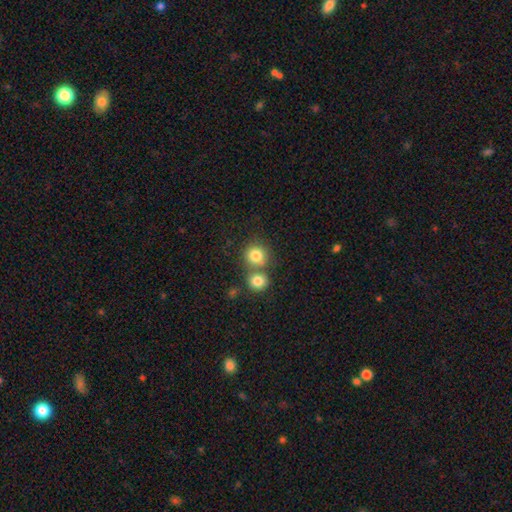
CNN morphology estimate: The model was most divided on "merging": none: 50%, merger: 39%, minor disturbance: 8%, major disturbance: 3%. More confident: how rounded — round (87%); smooth or featured — smooth (82%).